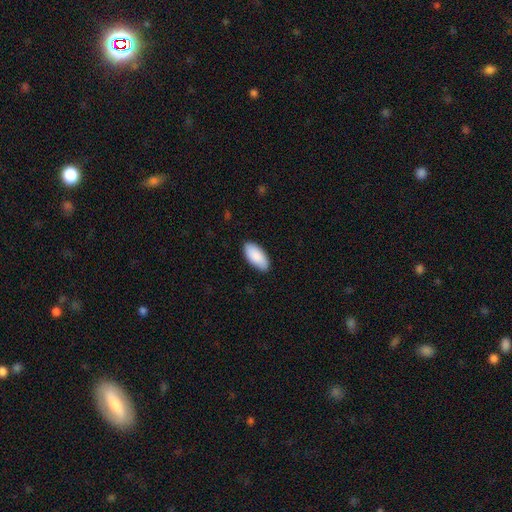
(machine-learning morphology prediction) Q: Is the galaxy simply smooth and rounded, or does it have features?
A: smooth — 90%.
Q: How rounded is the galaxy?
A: in between — 94%.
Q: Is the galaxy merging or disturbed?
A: none — 87%.